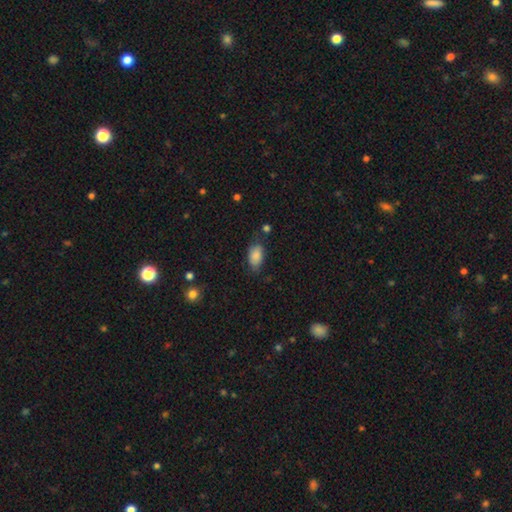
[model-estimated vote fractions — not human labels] A smooth galaxy with no disk features (86%) that is in between round and cigar-shaped (92%). Merging: none (69%).